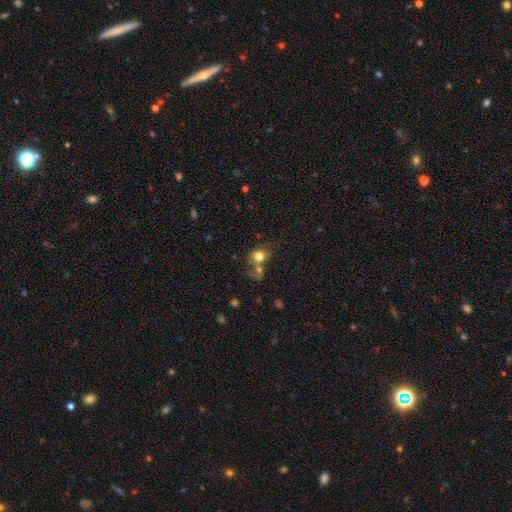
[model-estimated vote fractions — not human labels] smooth_or_featured: smooth (p=0.54) [alt: star or artifact p=0.29]
how_rounded: round (p=0.76) [alt: in between p=0.22]
merging: none (p=0.40) [tied with: merger p=0.40]